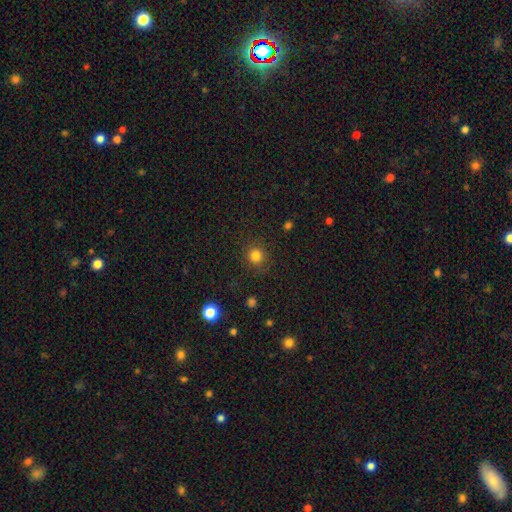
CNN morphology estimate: Smooth or featured? Predicted: smooth (p=0.82). How rounded? Predicted: round (p=0.92). Merging? Predicted: none (p=0.88).